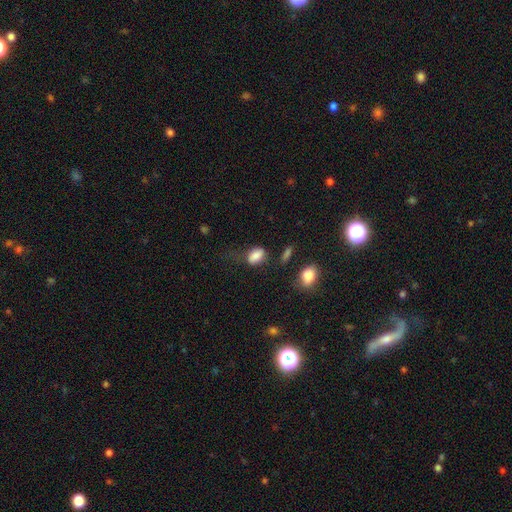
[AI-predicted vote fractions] Smooth or featured? smooth (83%)
How rounded? in between (84%)
Merging? none (49%)